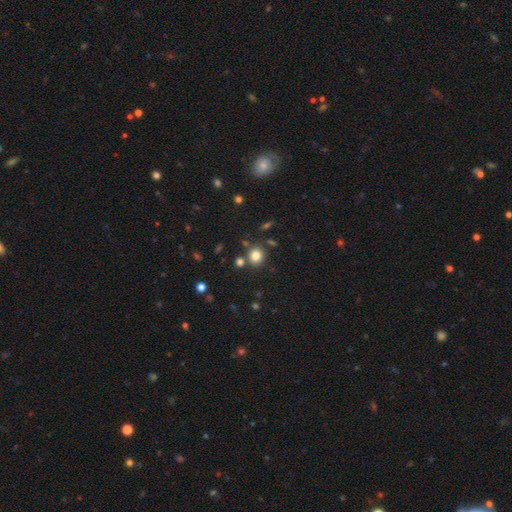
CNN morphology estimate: The model was most divided on "how rounded": round: 79%, in between: 20%, cigar-shaped: 1%. More confident: smooth or featured — smooth (80%); merging — none (80%).